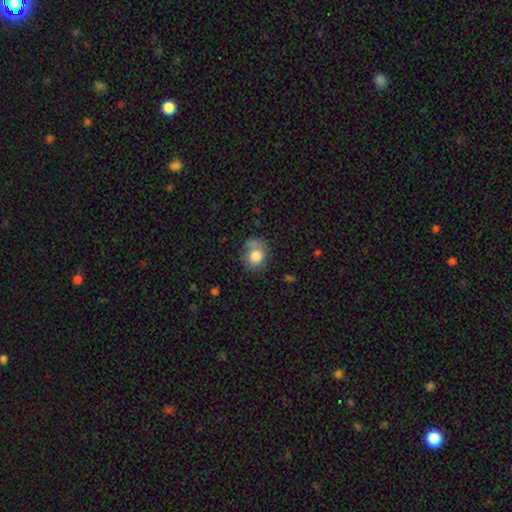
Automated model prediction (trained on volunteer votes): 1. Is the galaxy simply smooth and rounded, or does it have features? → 80% smooth, 11% featured or disk, 9% star or artifact.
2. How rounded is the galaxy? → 70% round, 29% in between, 1% cigar-shaped.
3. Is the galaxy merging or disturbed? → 52% none, 22% minor disturbance, 15% merger, 11% major disturbance.